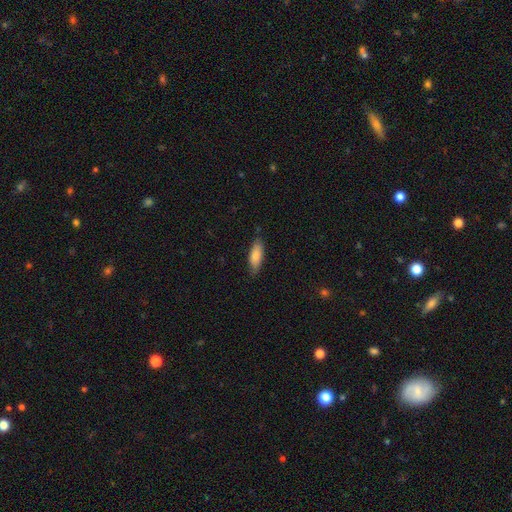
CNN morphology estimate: Q: Smooth or featured?
A: smooth (82%); runner-up: featured or disk (12%)
Q: How rounded?
A: in between (63%); runner-up: cigar-shaped (35%)
Q: Merging?
A: none (80%); runner-up: minor disturbance (16%)